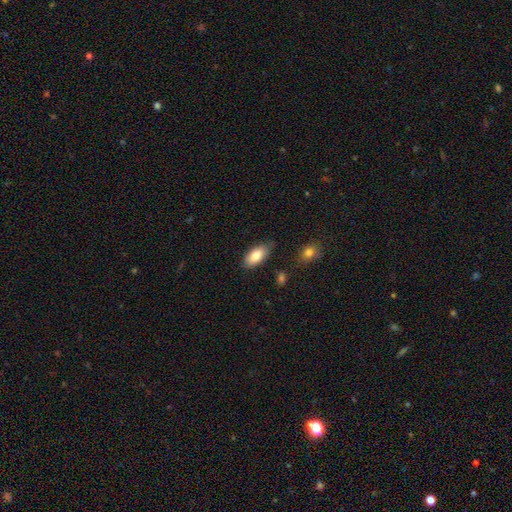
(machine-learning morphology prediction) smooth 82%, featured or disk 12%, star or artifact 7%. Down the decision tree: how rounded — in between (92%); merging — none (79%).